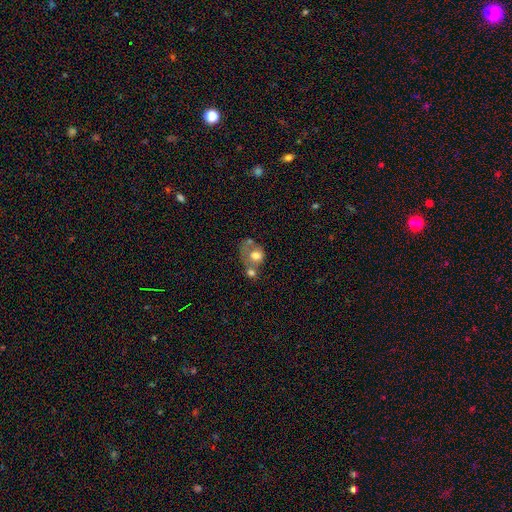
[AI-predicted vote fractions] Smooth or featured?
  - smooth: 62% *
  - featured or disk: 29%
  - star or artifact: 9%
How rounded?
  - round: 52% *
  - in between: 47%
  - cigar-shaped: 1%
Merging?
  - merger: 51% *
  - none: 20%
  - major disturbance: 17%
  - minor disturbance: 12%